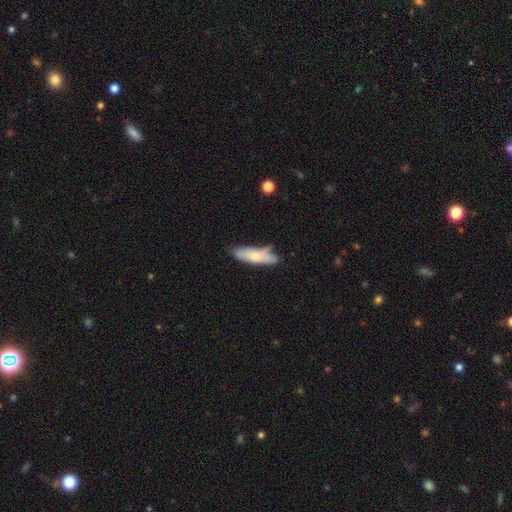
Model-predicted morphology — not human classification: Overall: smooth (62%; featured or disk 32%). How rounded: cigar-shaped (52%; in between 45%). Merging: none (54%; minor disturbance 27%).